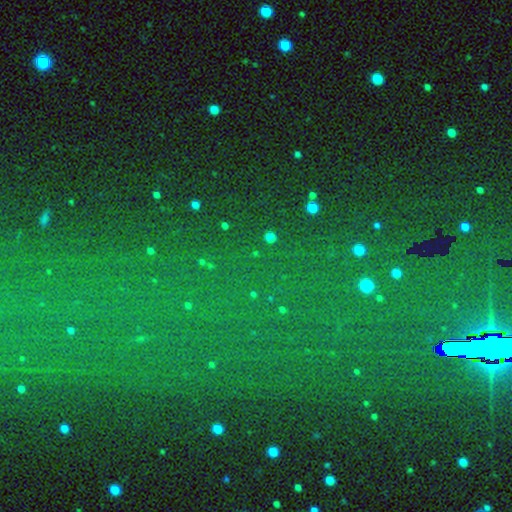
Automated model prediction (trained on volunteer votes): Smooth or featured?
  - star or artifact: 81% *
  - smooth: 10%
  - featured or disk: 9%